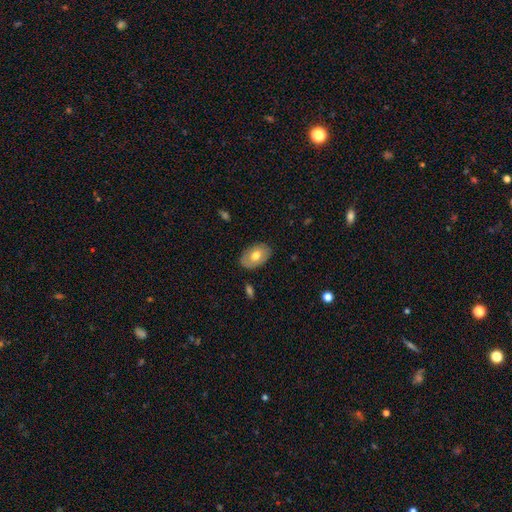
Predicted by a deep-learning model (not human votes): Q: Smooth or featured?
A: smooth (64%); runner-up: featured or disk (29%)
Q: How rounded?
A: in between (86%); runner-up: round (13%)
Q: Merging?
A: none (84%); runner-up: minor disturbance (12%)